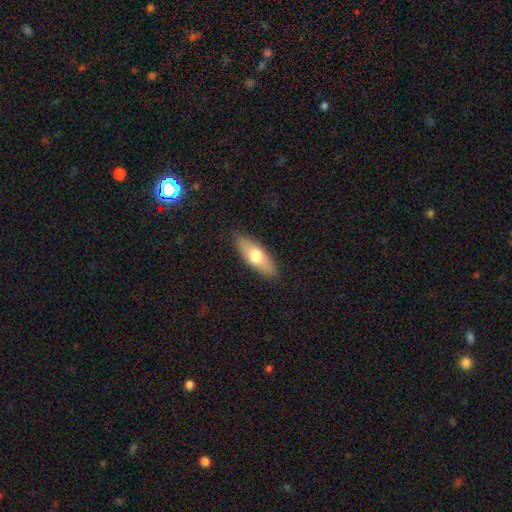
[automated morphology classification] A smooth galaxy with no disk features (67%) that is in between round and cigar-shaped (68%).

Vote fractions:
- Smooth or featured? smooth: 67% / featured or disk: 27% / star or artifact: 6%
- How rounded? in between: 68% / cigar-shaped: 29% / round: 3%
- Merging? none: 87% / minor disturbance: 10% / major disturbance: 2% / merger: 1%